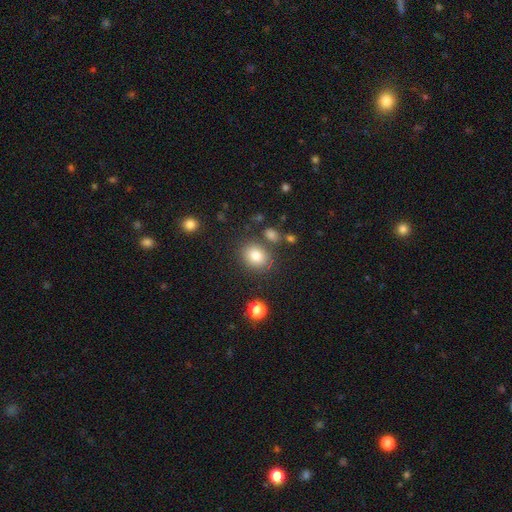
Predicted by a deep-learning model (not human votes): A smooth galaxy with no disk features (81%) that is round (56%). Merging: none (78%).